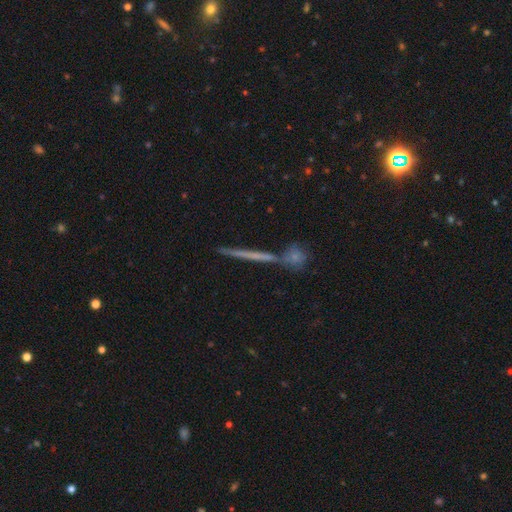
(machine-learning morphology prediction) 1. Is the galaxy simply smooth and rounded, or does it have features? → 52% featured or disk, 37% smooth, 11% star or artifact.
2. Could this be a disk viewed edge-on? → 94% yes, 6% no.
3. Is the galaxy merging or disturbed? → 78% none, 12% merger, 7% minor disturbance, 3% major disturbance.